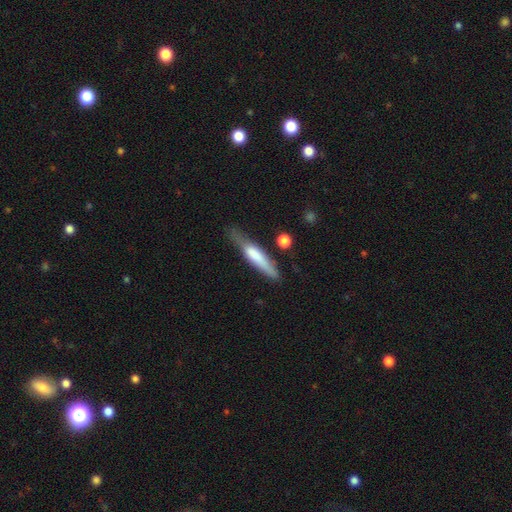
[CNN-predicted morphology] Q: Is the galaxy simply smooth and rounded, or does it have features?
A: smooth — 57%.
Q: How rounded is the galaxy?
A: cigar-shaped — 86%.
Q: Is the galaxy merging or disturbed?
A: none — 62%.